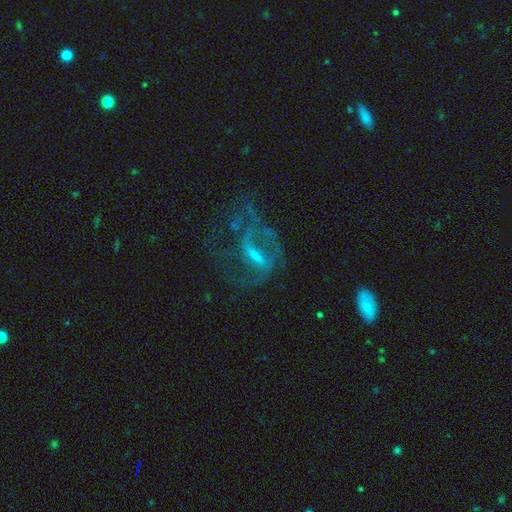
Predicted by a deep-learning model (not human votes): The model was most divided on "bar": strong: 41%, weak: 40%, no: 19%. Remaining: edge-on disk — no (94%); smooth or featured — featured or disk (76%); spiral arms — yes (74%); spiral arm count — 2 (52%); bulge size — small (51%); spiral winding — loose (44%); merging — major disturbance (44%).